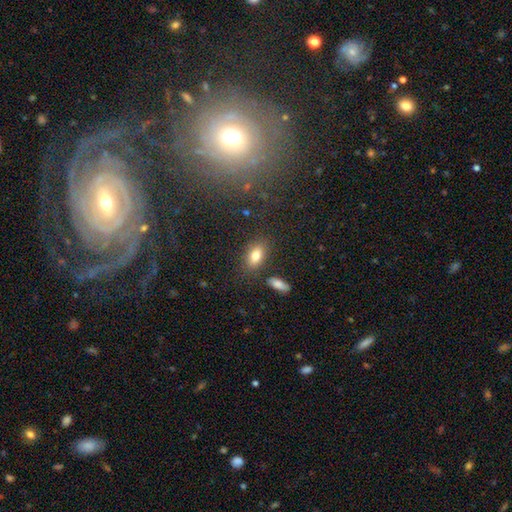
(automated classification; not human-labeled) Smooth or featured? Predicted: smooth (p=0.81). How rounded? Predicted: in between (p=0.87). Merging? Predicted: none (p=0.80).